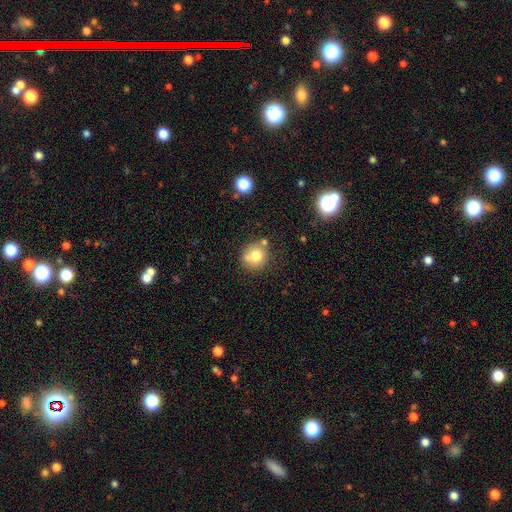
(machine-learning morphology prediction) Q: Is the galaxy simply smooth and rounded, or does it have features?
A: smooth — 74%.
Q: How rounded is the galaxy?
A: round — 88%.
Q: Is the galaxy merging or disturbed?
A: none — 65%.